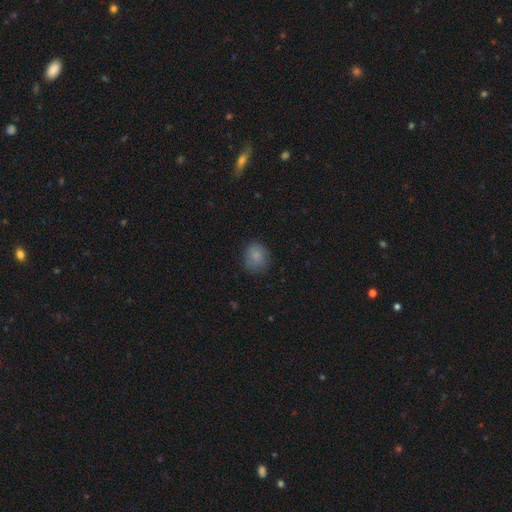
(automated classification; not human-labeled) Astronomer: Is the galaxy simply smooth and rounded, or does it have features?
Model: smooth — 82%.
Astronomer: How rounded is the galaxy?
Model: round — 75%.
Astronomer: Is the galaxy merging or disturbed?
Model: none — 74%.